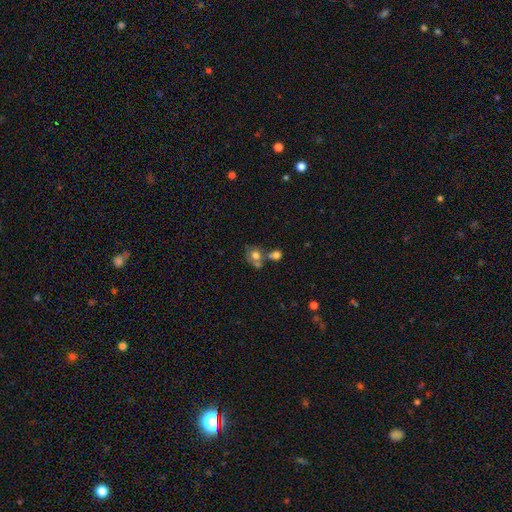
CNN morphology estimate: smooth 52%, star or artifact 31%, featured or disk 17%. Down the decision tree: how rounded — round (62%); merging — none (51%).